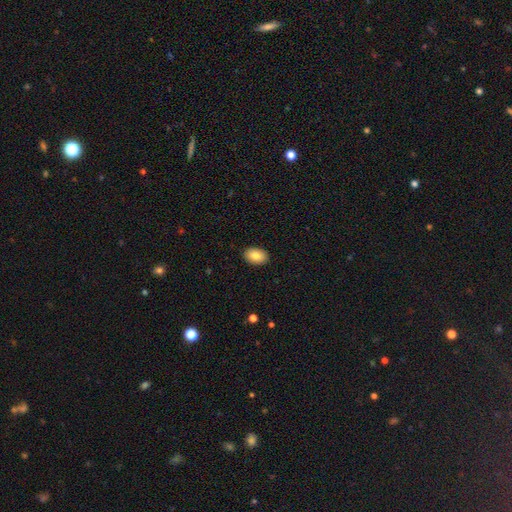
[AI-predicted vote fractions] Smooth or featured?
  - smooth: 85% *
  - featured or disk: 8%
  - star or artifact: 7%
How rounded?
  - in between: 89% *
  - round: 10%
  - cigar-shaped: 1%
Merging?
  - none: 90% *
  - minor disturbance: 7%
  - major disturbance: 2%
  - merger: 1%